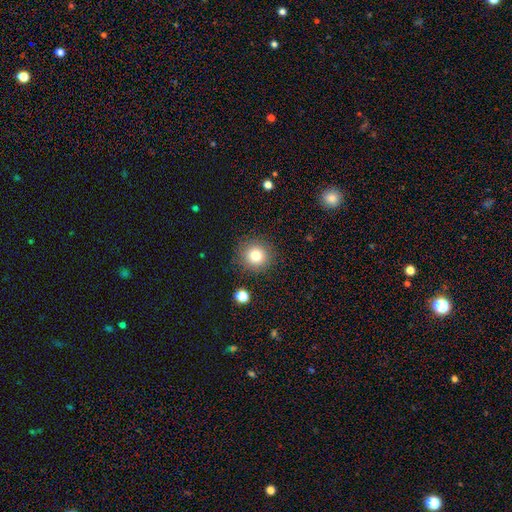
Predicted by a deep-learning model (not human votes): Overall: smooth (78%). How rounded: round (94%). Merging: none (88%).